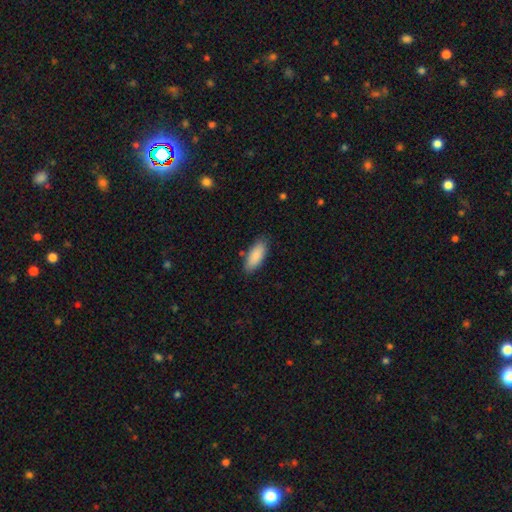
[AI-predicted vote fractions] Smooth or featured? smooth (89%)
How rounded? in between (78%)
Merging? none (83%)